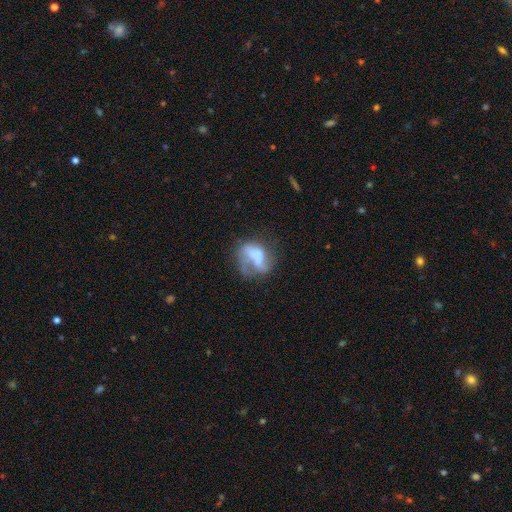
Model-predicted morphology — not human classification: smooth_or_featured: smooth (p=0.45) [tied with: featured or disk p=0.45]
merging: major disturbance (p=0.40) [alt: none p=0.28]